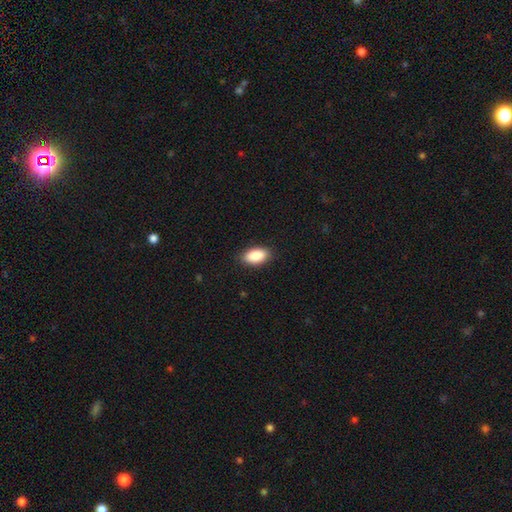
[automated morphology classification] Overall: smooth (89%). How rounded: in between (94%). Merging: none (88%).